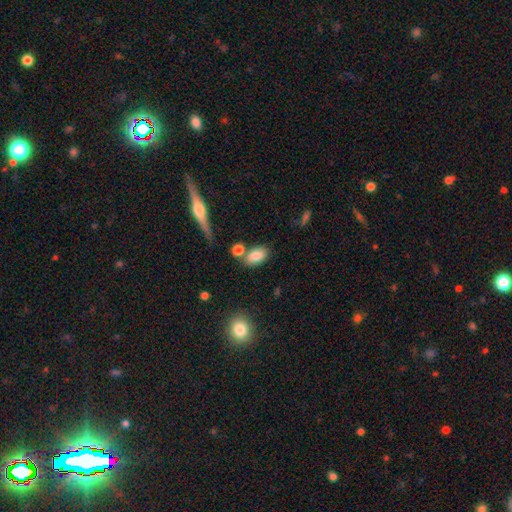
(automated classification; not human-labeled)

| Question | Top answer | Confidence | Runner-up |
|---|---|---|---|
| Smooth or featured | smooth | 82% | featured or disk (9%) |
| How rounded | in between | 89% | round (8%) |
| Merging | none | 69% | merger (14%) |